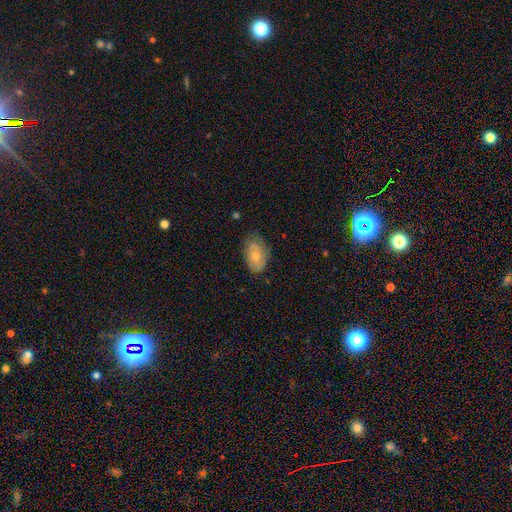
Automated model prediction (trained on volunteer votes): Smooth or featured?
  - smooth: 63% *
  - featured or disk: 30%
  - star or artifact: 7%
How rounded?
  - in between: 91% *
  - round: 7%
  - cigar-shaped: 2%
Merging?
  - none: 69% *
  - minor disturbance: 24%
  - major disturbance: 6%
  - merger: 1%